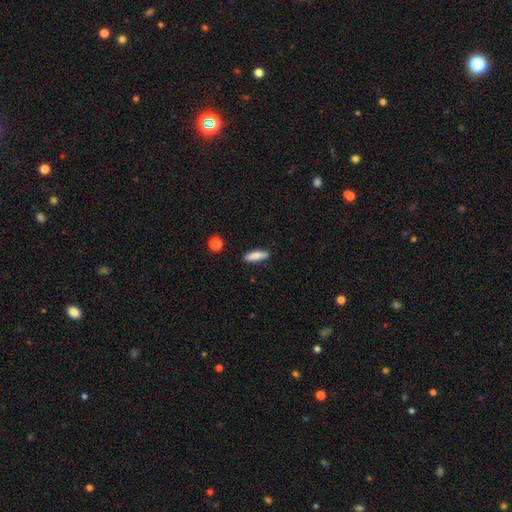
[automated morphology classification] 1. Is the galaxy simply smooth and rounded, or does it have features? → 83% smooth, 11% featured or disk, 7% star or artifact.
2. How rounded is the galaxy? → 55% cigar-shaped, 43% in between, 2% round.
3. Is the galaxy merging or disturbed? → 87% none, 10% minor disturbance, 2% major disturbance, 2% merger.